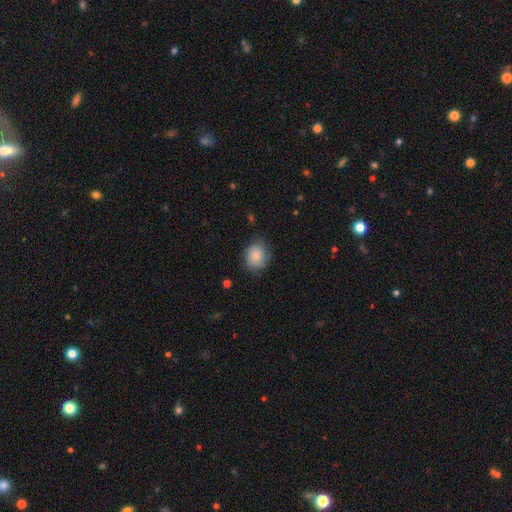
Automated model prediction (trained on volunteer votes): A smooth galaxy with no disk features (84%) that is round (68%).

Vote fractions:
- Smooth or featured? smooth: 84% / featured or disk: 9% / star or artifact: 7%
- How rounded? round: 68% / in between: 31% / cigar-shaped: 1%
- Merging? none: 71% / minor disturbance: 22% / major disturbance: 5% / merger: 1%